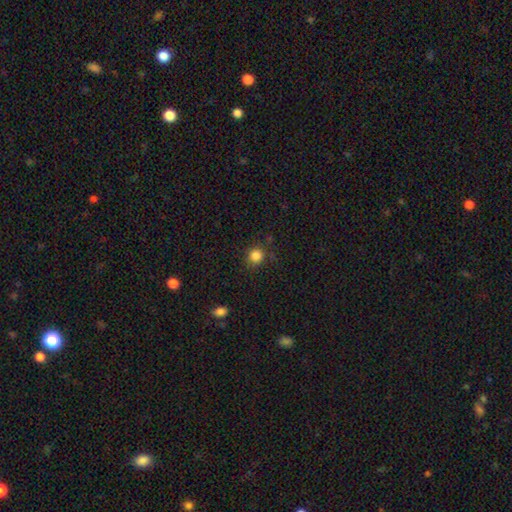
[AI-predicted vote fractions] smooth 84%, star or artifact 12%, featured or disk 4%. Down the decision tree: how rounded — round (88%); merging — none (84%).